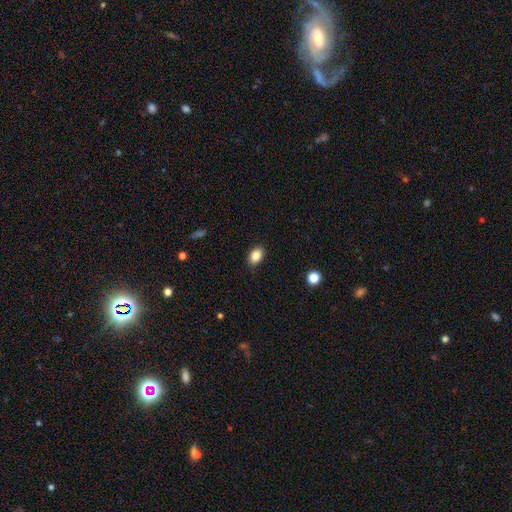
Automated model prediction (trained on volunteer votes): smooth_or_featured: smooth (p=0.87) [alt: star or artifact p=0.09]
how_rounded: in between (p=0.80) [alt: round p=0.19]
merging: none (p=0.88) [alt: minor disturbance p=0.09]